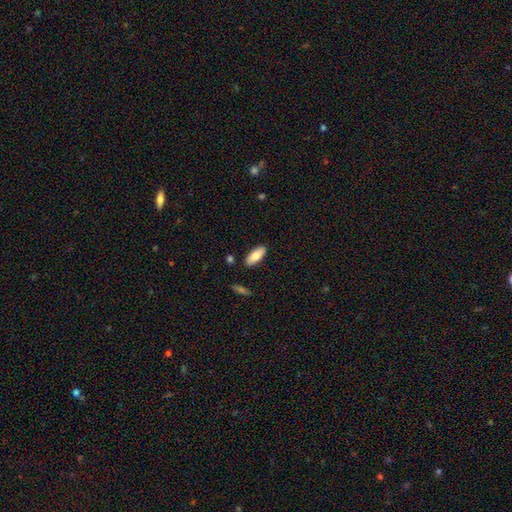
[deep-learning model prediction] Smooth or featured?
  - smooth: 81% *
  - featured or disk: 13%
  - star or artifact: 6%
How rounded?
  - in between: 82% *
  - cigar-shaped: 16%
  - round: 2%
Merging?
  - none: 87% *
  - minor disturbance: 9%
  - merger: 2%
  - major disturbance: 2%